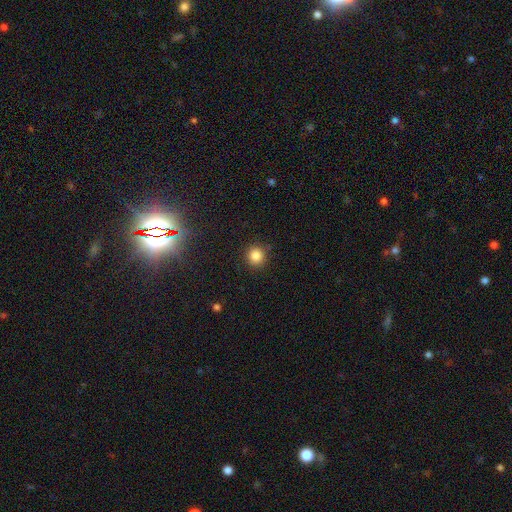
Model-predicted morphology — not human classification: Overall: smooth (84%). How rounded: round (92%). Merging: none (89%).